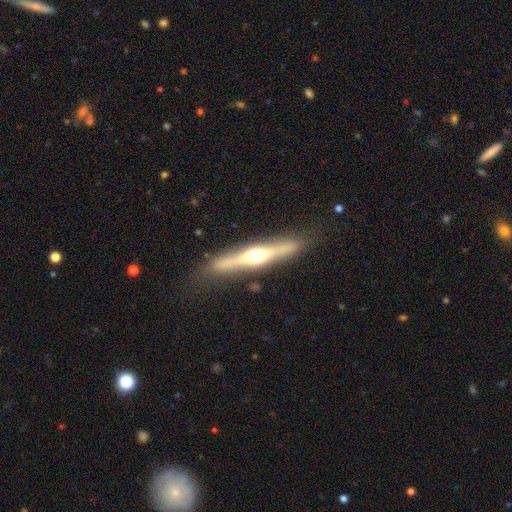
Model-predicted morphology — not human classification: Smooth or featured?
  - featured or disk: 69% *
  - smooth: 25%
  - star or artifact: 6%
Edge-on disk?
  - yes: 96% *
  - no: 4%
Edge-on bulge?
  - rounded: 90% *
  - boxy: 6%
  - none: 4%
Merging?
  - none: 85% *
  - minor disturbance: 11%
  - major disturbance: 3%
  - merger: 2%